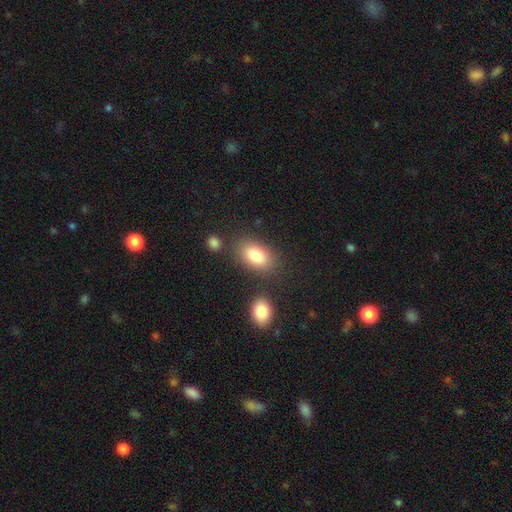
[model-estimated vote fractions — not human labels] Smooth or featured: smooth — 84% (featured or disk — 8%)
How rounded: in between — 90% (round — 8%)
Merging: none — 76% (minor disturbance — 12%)